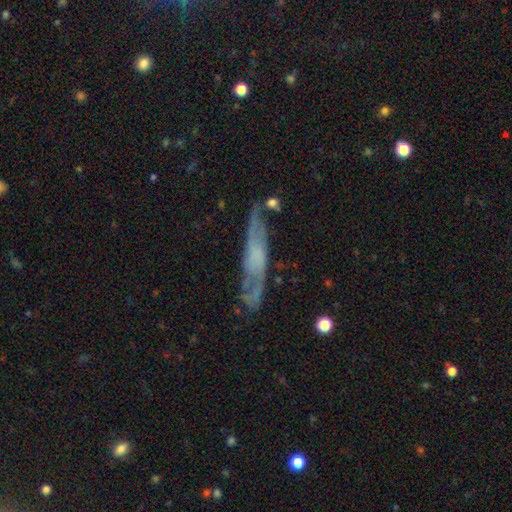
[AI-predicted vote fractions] Smooth or featured? featured or disk (66%)
Edge-on disk? yes (54%)
Merging? none (69%)